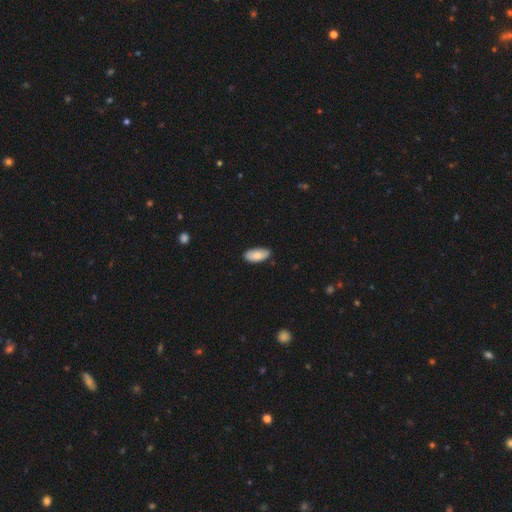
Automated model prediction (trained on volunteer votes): Smooth or featured?
  - smooth: 82% *
  - featured or disk: 12%
  - star or artifact: 6%
How rounded?
  - in between: 92% *
  - cigar-shaped: 6%
  - round: 2%
Merging?
  - none: 83% *
  - minor disturbance: 14%
  - major disturbance: 2%
  - merger: 1%